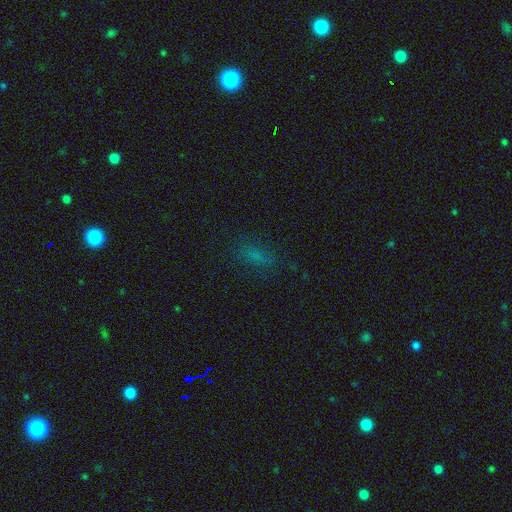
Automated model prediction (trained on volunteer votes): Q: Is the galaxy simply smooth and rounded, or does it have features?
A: smooth — 61%.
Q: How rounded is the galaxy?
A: in between — 69%.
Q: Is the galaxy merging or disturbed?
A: none — 74%.